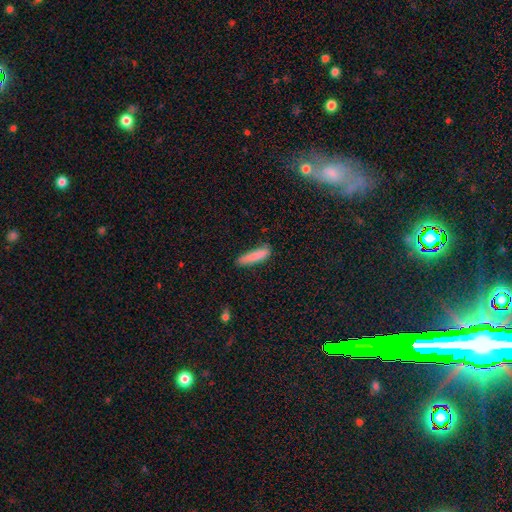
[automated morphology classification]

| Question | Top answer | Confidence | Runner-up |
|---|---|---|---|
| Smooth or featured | smooth | 85% | featured or disk (9%) |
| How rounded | cigar-shaped | 85% | in between (14%) |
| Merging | none | 79% | minor disturbance (16%) |